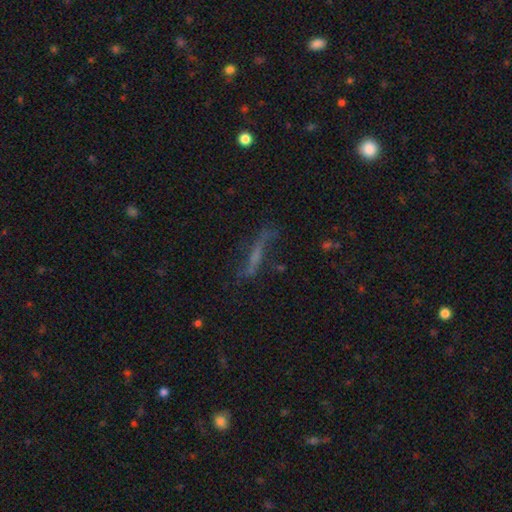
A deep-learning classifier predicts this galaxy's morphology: Overall: featured or disk (52%; smooth 31%). Edge-on disk: no (51%; yes 49%). Merging: none (58%; minor disturbance 21%).